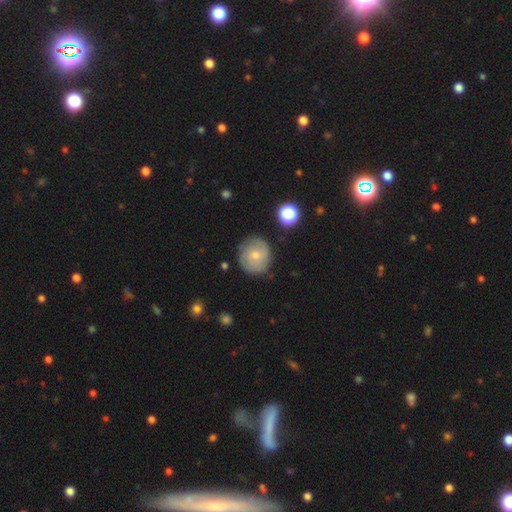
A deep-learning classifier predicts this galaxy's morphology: This appears to be a featured or disk galaxy (49%). Merging: none (78%).